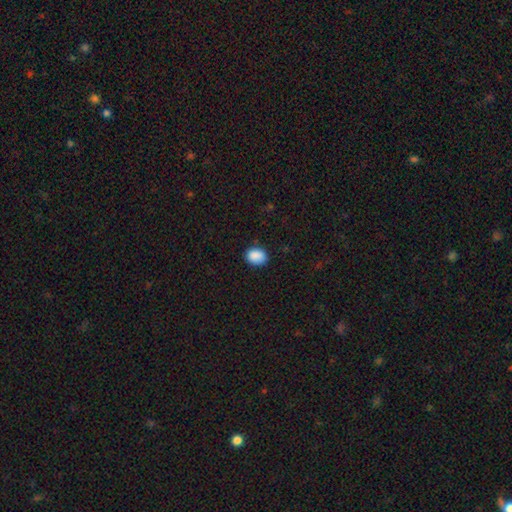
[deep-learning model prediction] Smooth or featured?
  - smooth: 89% *
  - star or artifact: 8%
  - featured or disk: 3%
How rounded?
  - in between: 62% *
  - round: 37%
  - cigar-shaped: 1%
Merging?
  - none: 84% *
  - minor disturbance: 12%
  - major disturbance: 2%
  - merger: 1%